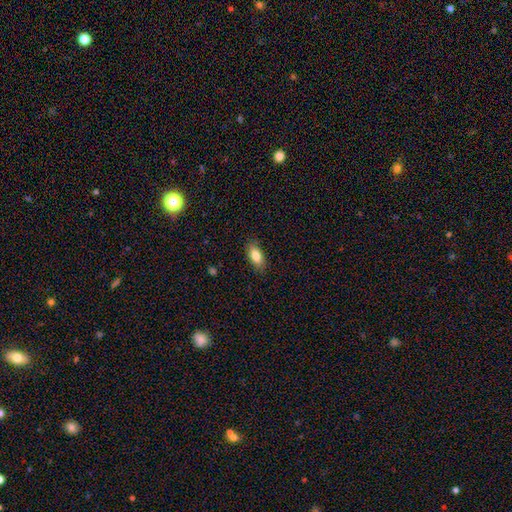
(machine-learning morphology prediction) Overall: smooth (82%). How rounded: in between (88%). Merging: none (87%).